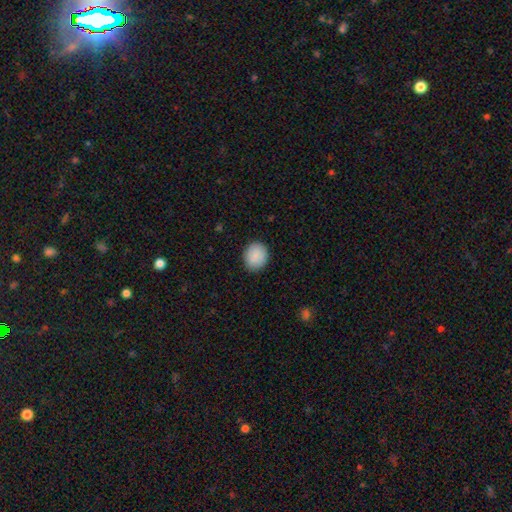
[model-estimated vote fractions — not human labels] Smooth or featured?
  - smooth: 89% *
  - star or artifact: 7%
  - featured or disk: 4%
How rounded?
  - round: 70% *
  - in between: 29%
  - cigar-shaped: 1%
Merging?
  - none: 89% *
  - minor disturbance: 8%
  - major disturbance: 2%
  - merger: 1%